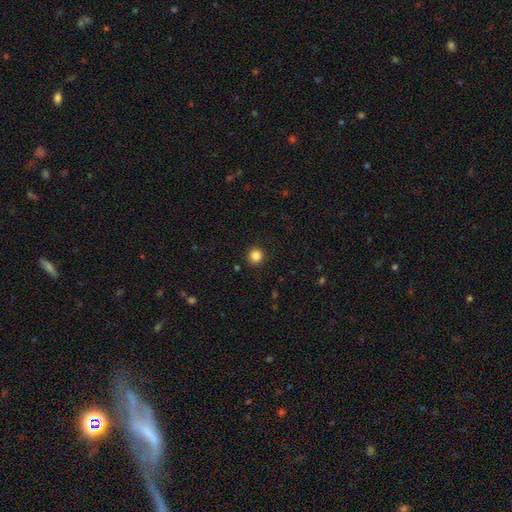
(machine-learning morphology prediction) Smooth or featured? Predicted: smooth (p=0.84). How rounded? Predicted: round (p=0.95). Merging? Predicted: none (p=0.92).